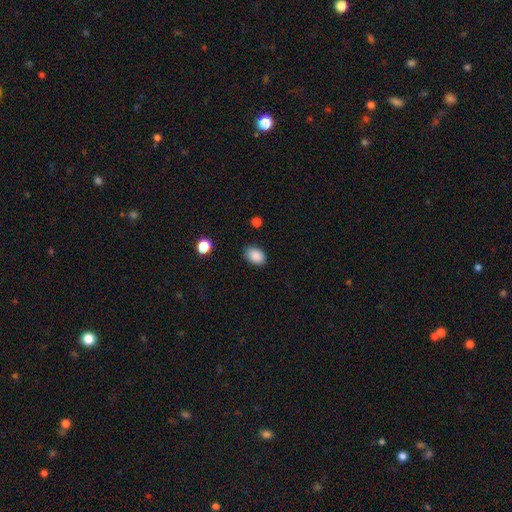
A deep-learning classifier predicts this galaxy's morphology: The model was most divided on "how rounded": in between: 83%, round: 16%, cigar-shaped: 1%. More confident: smooth or featured — smooth (88%); merging — none (84%).